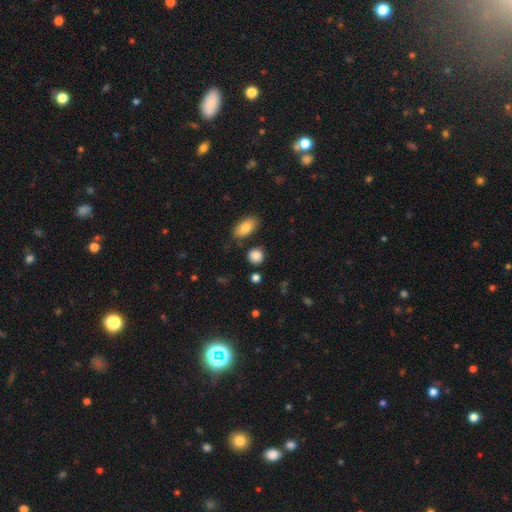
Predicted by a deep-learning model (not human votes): smooth 86%, star or artifact 9%, featured or disk 5%. Down the decision tree: how rounded — round (82%); merging — none (80%).